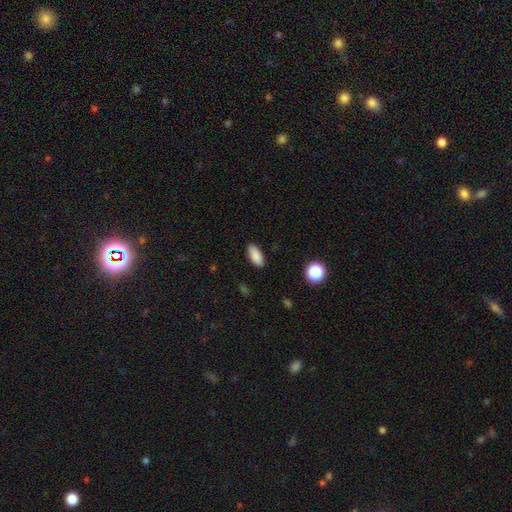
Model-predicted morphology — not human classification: The model was most divided on "how rounded": in between: 87%, cigar-shaped: 11%, round: 3%. More confident: merging — none (89%); smooth or featured — smooth (88%).